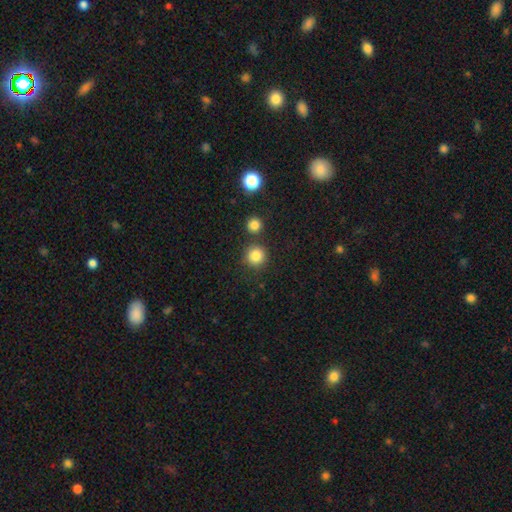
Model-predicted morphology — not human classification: type=smooth (84%); roundness=round (94%); merging=none (81%).